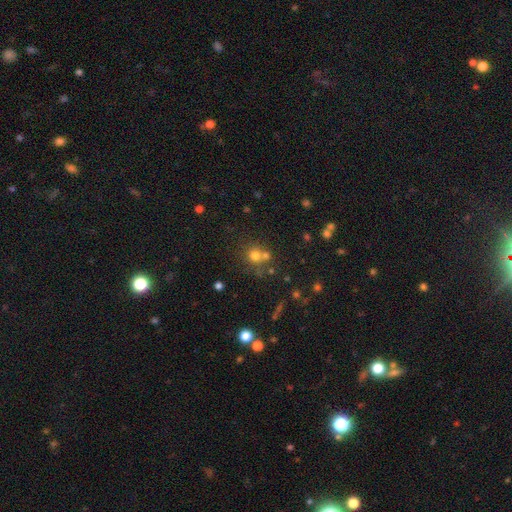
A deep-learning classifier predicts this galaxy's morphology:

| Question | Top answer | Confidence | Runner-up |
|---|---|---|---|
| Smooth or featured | smooth | 69% | star or artifact (19%) |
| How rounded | round | 88% | in between (11%) |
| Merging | none | 56% | merger (31%) |